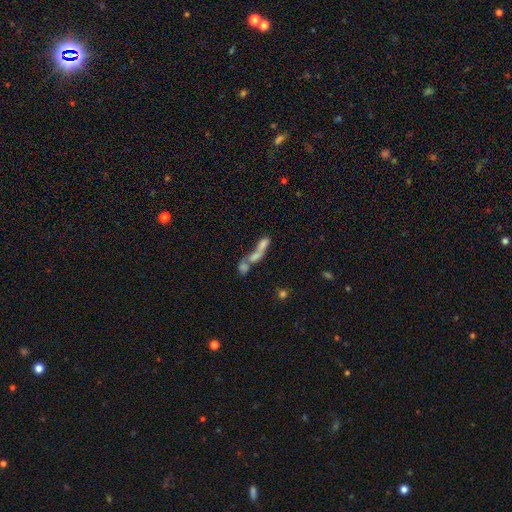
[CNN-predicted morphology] Smooth or featured: smooth — 59% (featured or disk — 29%)
How rounded: cigar-shaped — 50% (in between — 41%)
Merging: merger — 73% (none — 13%)